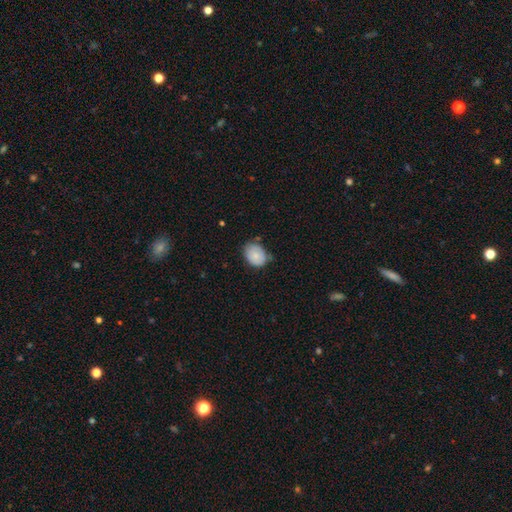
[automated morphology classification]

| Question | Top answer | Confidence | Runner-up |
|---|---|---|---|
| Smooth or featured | smooth | 81% | featured or disk (12%) |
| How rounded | in between | 63% | round (37%) |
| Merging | none | 61% | minor disturbance (31%) |